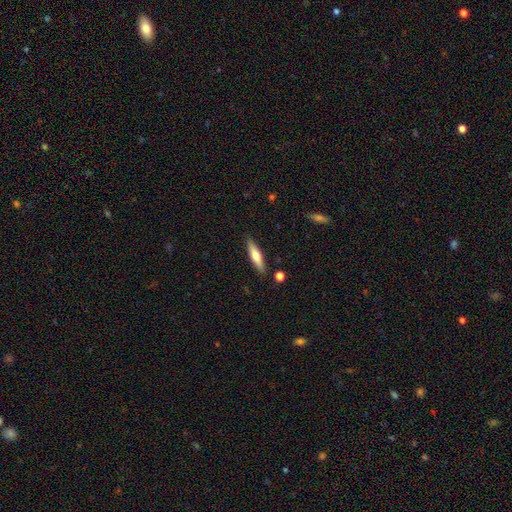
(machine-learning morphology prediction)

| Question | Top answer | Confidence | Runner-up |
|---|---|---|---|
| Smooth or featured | smooth | 59% | featured or disk (35%) |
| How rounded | cigar-shaped | 76% | in between (22%) |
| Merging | none | 87% | minor disturbance (9%) |